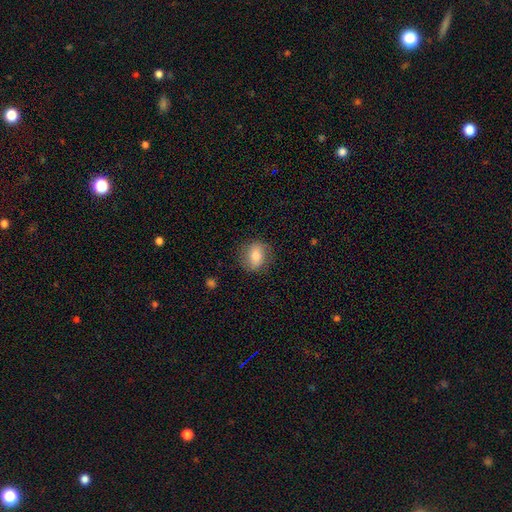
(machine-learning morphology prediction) smooth 70%, featured or disk 22%, star or artifact 8%. Down the decision tree: how rounded — round (50%); merging — none (80%).